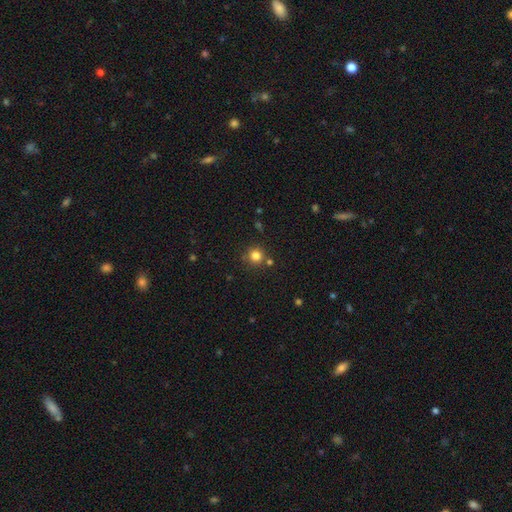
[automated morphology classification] The model was most divided on "smooth or featured": smooth: 81%, star or artifact: 14%, featured or disk: 6%. More confident: how rounded — round (94%); merging — none (81%).